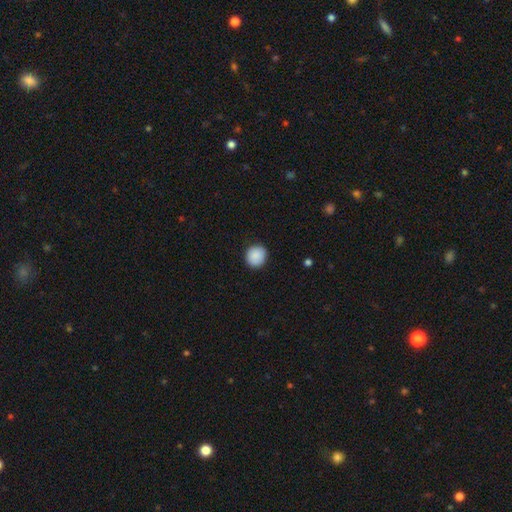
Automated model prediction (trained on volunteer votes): A smooth galaxy with no disk features (89%) that is round (89%).

Vote fractions:
- Smooth or featured? smooth: 89% / star or artifact: 7% / featured or disk: 3%
- How rounded? round: 89% / in between: 10% / cigar-shaped: 1%
- Merging? none: 90% / minor disturbance: 7% / major disturbance: 2% / merger: 1%